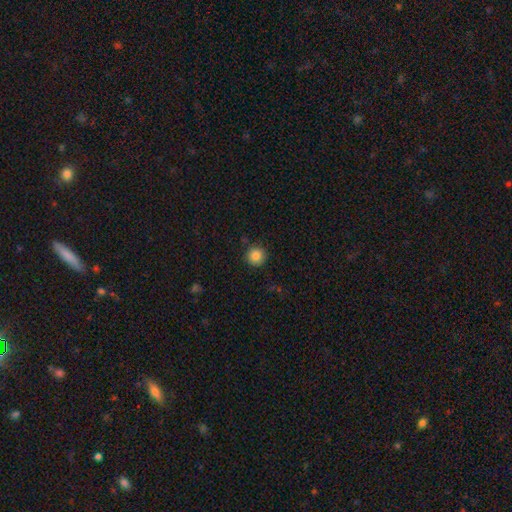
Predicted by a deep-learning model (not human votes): Smooth or featured? Predicted: smooth (p=0.85). How rounded? Predicted: round (p=0.94). Merging? Predicted: none (p=0.89).